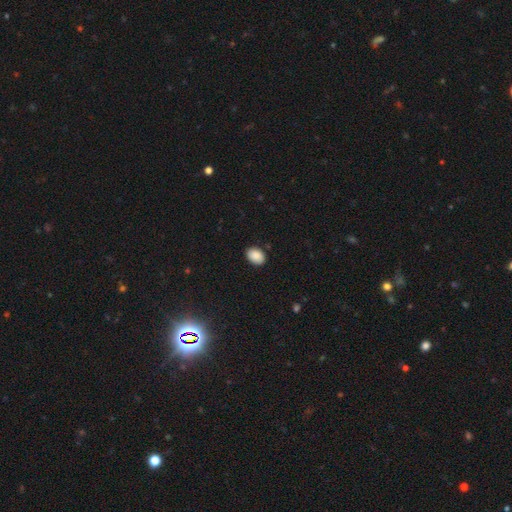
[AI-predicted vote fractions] This is clearly a smooth galaxy (89%). How rounded: likely in between (77%). Merging: clearly none (88%).